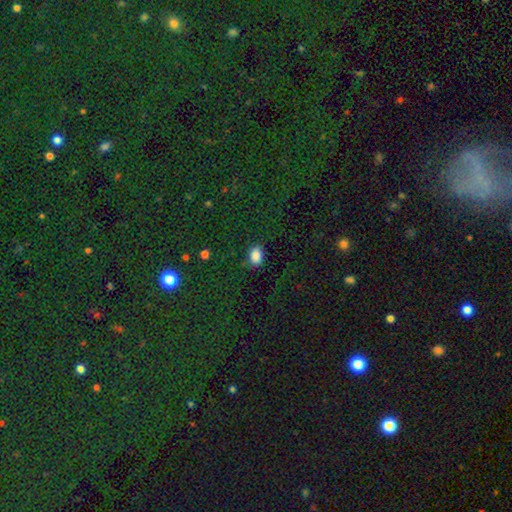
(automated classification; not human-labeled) Smooth or featured?
  - smooth: 86% *
  - star or artifact: 10%
  - featured or disk: 5%
How rounded?
  - in between: 79% *
  - round: 20%
  - cigar-shaped: 1%
Merging?
  - none: 80% *
  - minor disturbance: 14%
  - major disturbance: 4%
  - merger: 2%